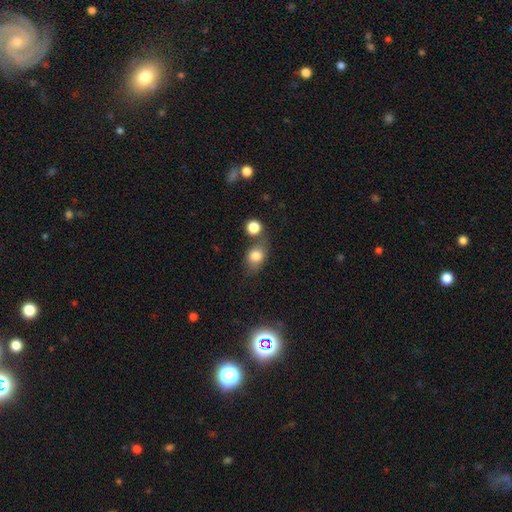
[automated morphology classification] A smooth galaxy with no disk features (80%) that is in between round and cigar-shaped (62%). Merging: none (57%).